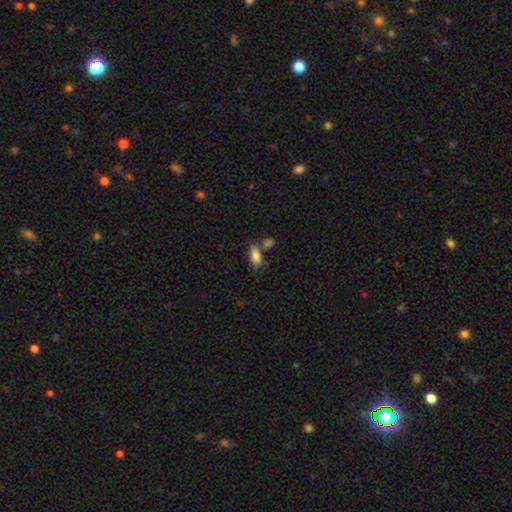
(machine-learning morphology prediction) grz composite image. It shows a smooth galaxy with no disk features (84%) that is in between round and cigar-shaped (85%). Merging: none (62%).